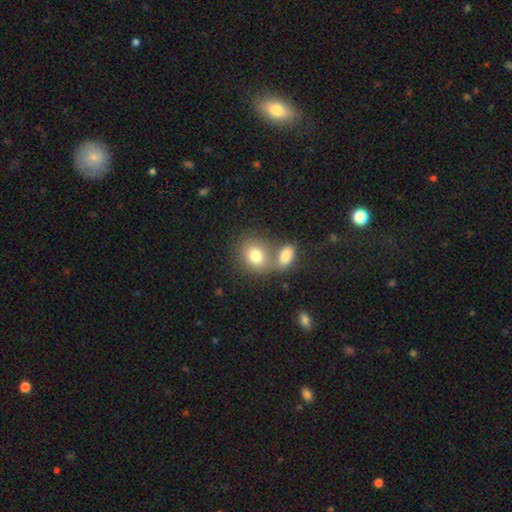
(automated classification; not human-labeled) Smooth or featured? Predicted: smooth (p=0.77). How rounded? Predicted: round (p=0.57). Merging? Predicted: merger (p=0.49).